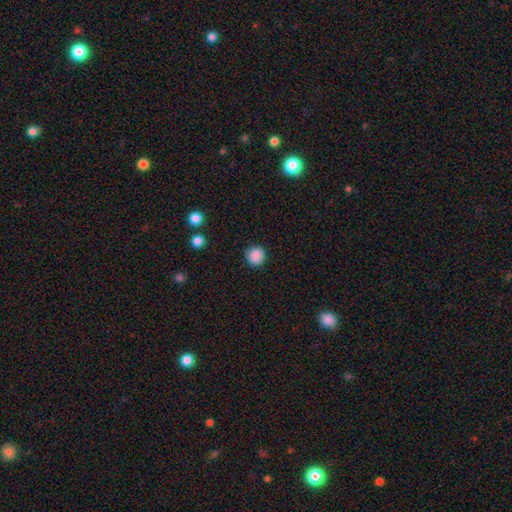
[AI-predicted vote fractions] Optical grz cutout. It shows a smooth galaxy with no disk features (88%) that is round (94%). Merging: none (91%).